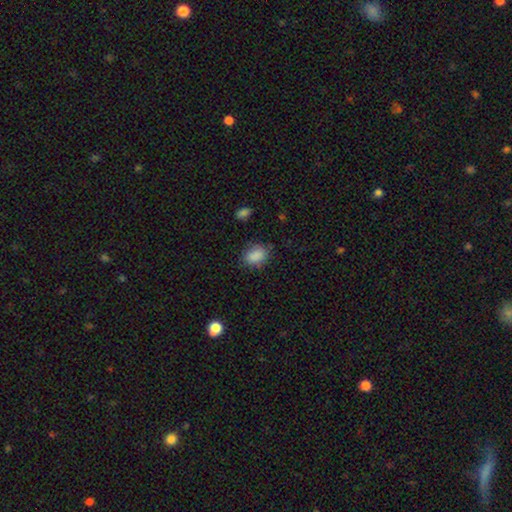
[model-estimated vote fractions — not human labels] Smooth or featured: smooth — 86% (star or artifact — 9%)
How rounded: in between — 75% (round — 24%)
Merging: none — 77% (minor disturbance — 17%)